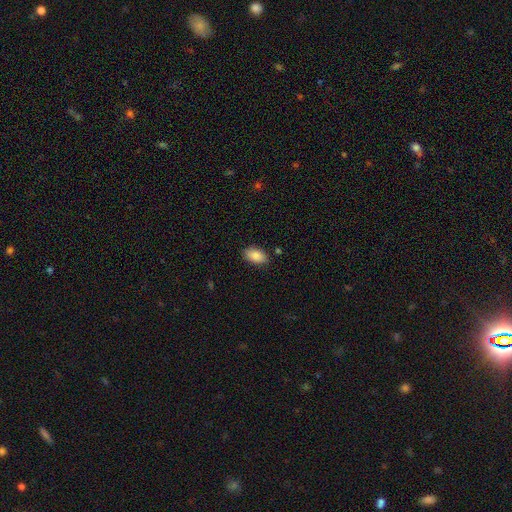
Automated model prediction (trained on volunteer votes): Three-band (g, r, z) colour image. It shows a smooth galaxy with no disk features (88%) that is in between round and cigar-shaped (93%). Merging: none (85%).